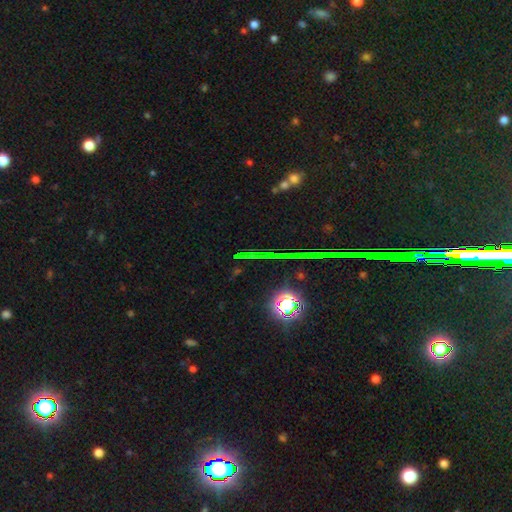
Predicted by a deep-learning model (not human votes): Morphology: type=star or artifact (79%).